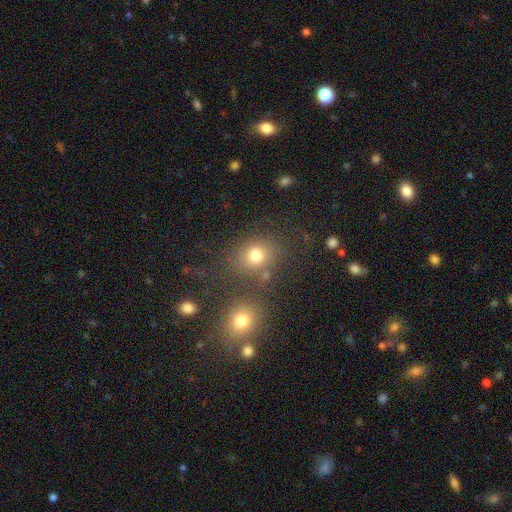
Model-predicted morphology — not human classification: Smooth or featured? Predicted: smooth (p=0.75). How rounded? Predicted: round (p=0.60). Merging? Predicted: none (p=0.64).